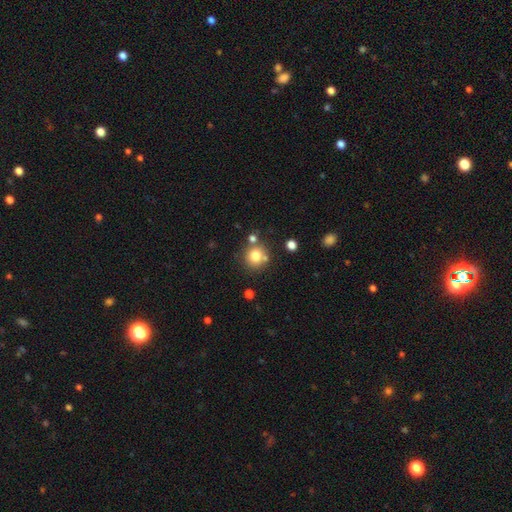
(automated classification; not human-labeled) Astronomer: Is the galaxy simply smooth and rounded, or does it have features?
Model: smooth — 78%.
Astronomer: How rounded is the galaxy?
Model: round — 89%.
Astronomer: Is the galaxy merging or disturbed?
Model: none — 72%.